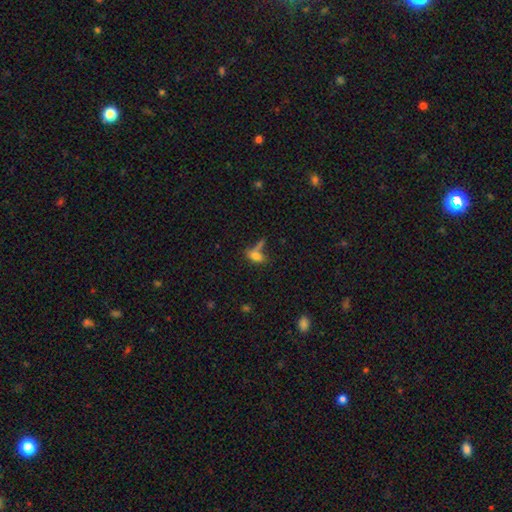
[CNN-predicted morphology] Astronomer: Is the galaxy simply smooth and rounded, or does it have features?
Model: smooth — 68%.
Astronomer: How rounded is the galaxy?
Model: in between — 74%.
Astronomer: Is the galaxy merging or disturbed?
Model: none — 41% (runner-up: merger, 31%).